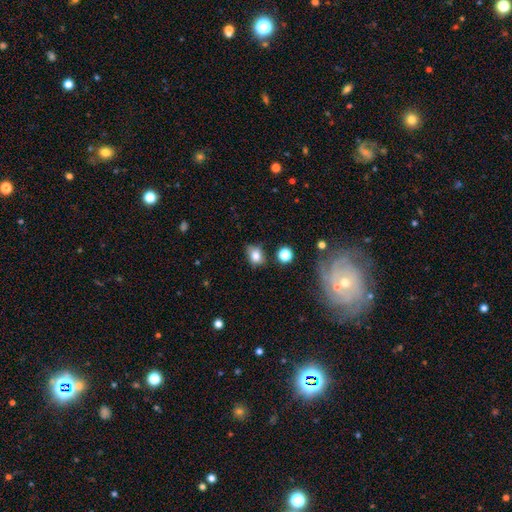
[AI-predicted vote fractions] smooth_or_featured: smooth (p=0.78) [alt: star or artifact p=0.12]
how_rounded: in between (p=0.62) [alt: round p=0.36]
merging: none (p=0.67) [alt: minor disturbance p=0.22]